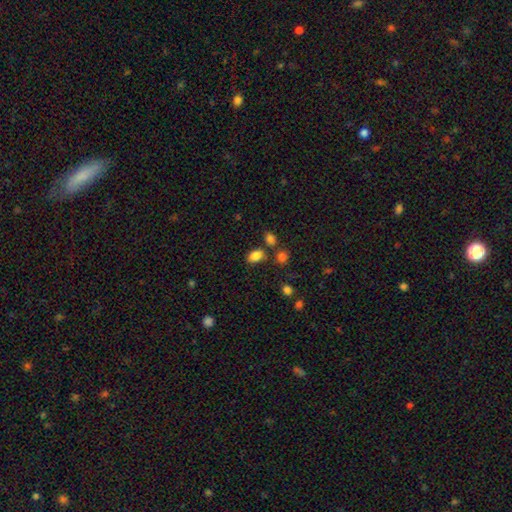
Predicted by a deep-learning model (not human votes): This appears to be a smooth galaxy with no disk features (84%) that is in between round and cigar-shaped (84%). Merging: none (71%).